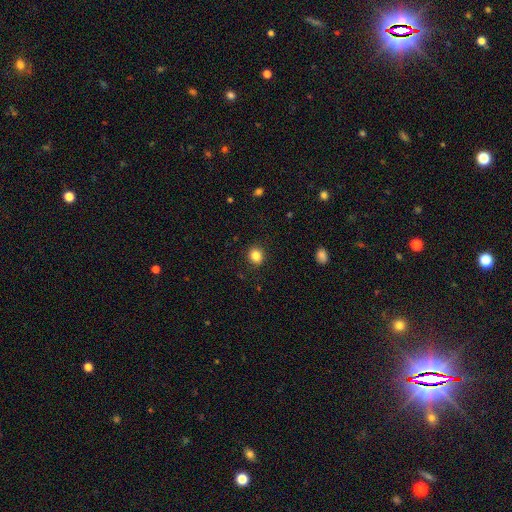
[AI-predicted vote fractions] smooth 85%, star or artifact 10%, featured or disk 5%. Down the decision tree: how rounded — round (78%); merging — none (89%).